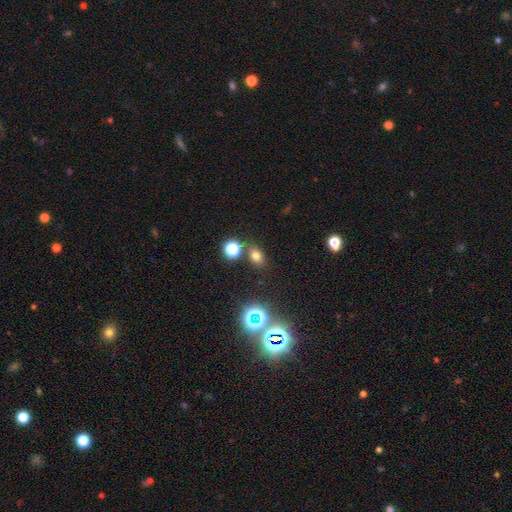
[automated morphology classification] Q: Smooth or featured?
A: smooth (70%); runner-up: star or artifact (22%)
Q: How rounded?
A: in between (64%); runner-up: round (34%)
Q: Merging?
A: none (77%); runner-up: minor disturbance (10%)